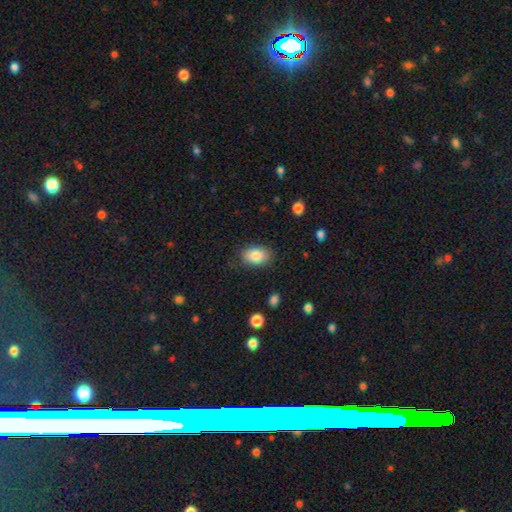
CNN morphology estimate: type=smooth (84%); roundness=in between (88%); merging=none (80%).